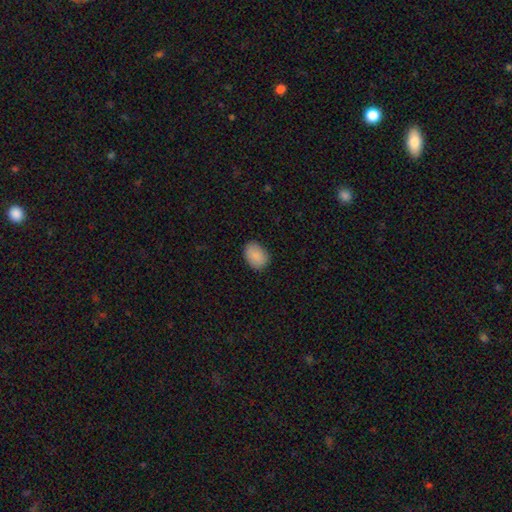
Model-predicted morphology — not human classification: Smooth or featured: smooth — 89% (star or artifact — 7%)
How rounded: in between — 75% (round — 24%)
Merging: none — 85% (minor disturbance — 12%)